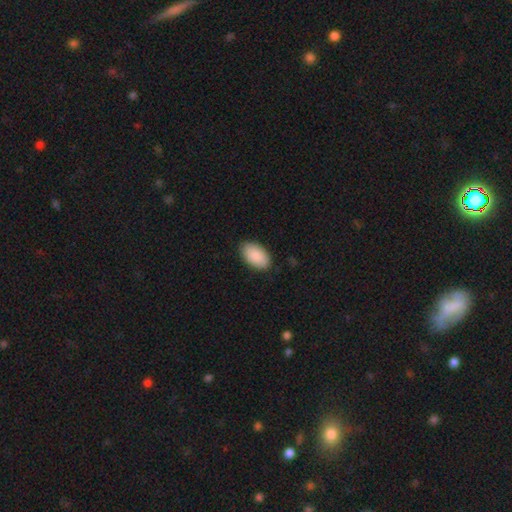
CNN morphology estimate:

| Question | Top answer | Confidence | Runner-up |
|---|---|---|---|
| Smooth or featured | smooth | 90% | star or artifact (6%) |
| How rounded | in between | 95% | round (4%) |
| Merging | none | 86% | minor disturbance (11%) |